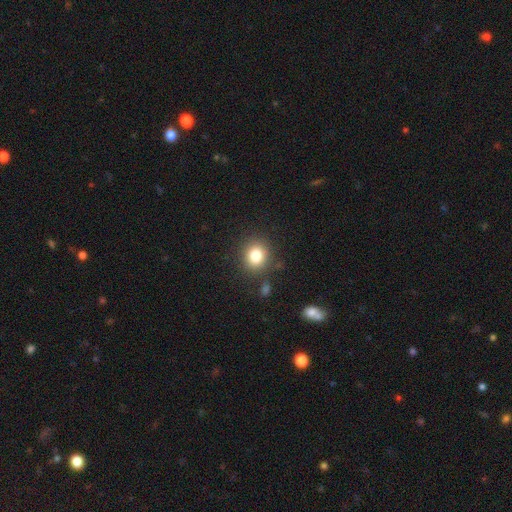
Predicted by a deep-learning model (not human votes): A smooth galaxy with no disk features (82%) that is round (80%).

Vote fractions:
- Smooth or featured? smooth: 82% / star or artifact: 11% / featured or disk: 7%
- How rounded? round: 80% / in between: 19% / cigar-shaped: 1%
- Merging? none: 86% / minor disturbance: 9% / major disturbance: 3% / merger: 3%